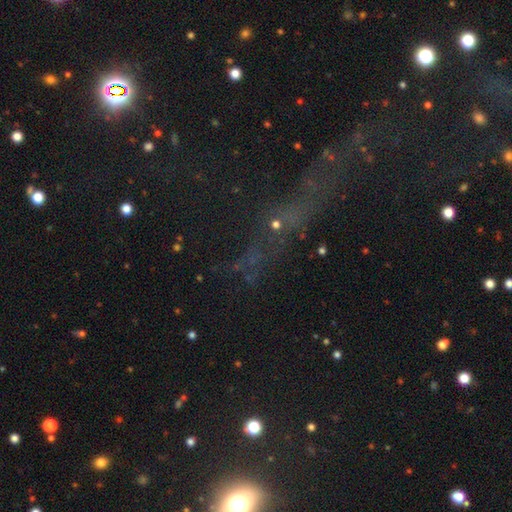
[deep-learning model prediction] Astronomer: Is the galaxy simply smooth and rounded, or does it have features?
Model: star or artifact — 61%.